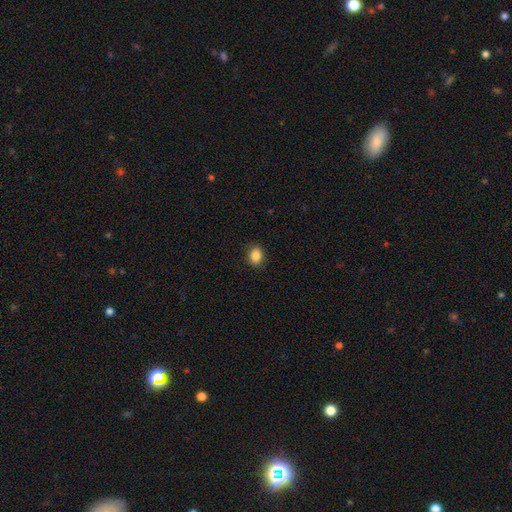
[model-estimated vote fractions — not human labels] The model was most divided on "how rounded": in between: 56%, round: 43%, cigar-shaped: 1%. More confident: merging — none (88%); smooth or featured — smooth (87%).